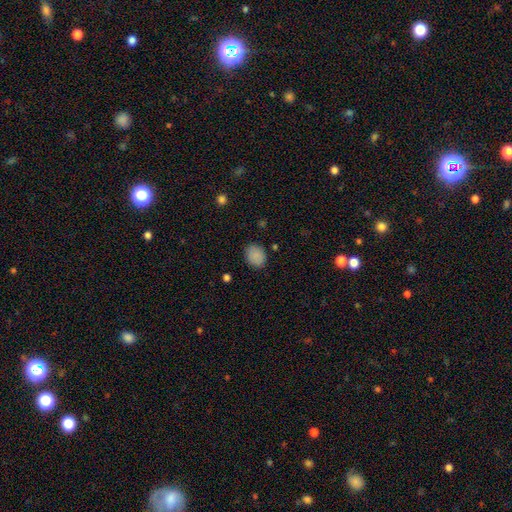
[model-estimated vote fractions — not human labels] This appears to be a smooth galaxy with no disk features (87%) that is in between round and cigar-shaped (51%). Merging: none (85%).